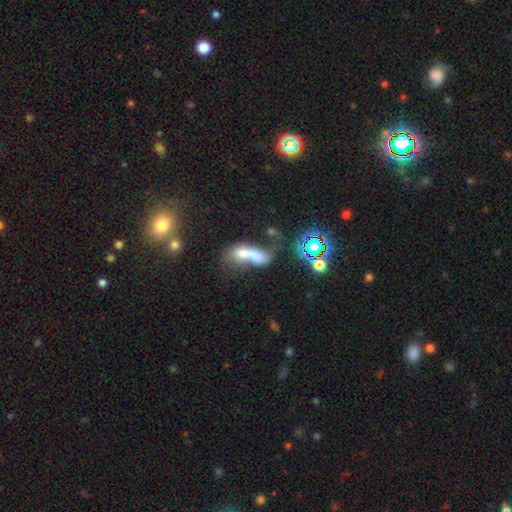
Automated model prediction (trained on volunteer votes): Overall: smooth (52%; featured or disk 33%). How rounded: in between (71%). Merging: merger (67%).